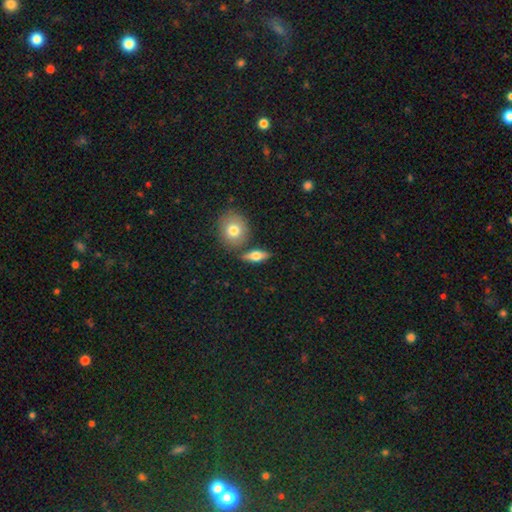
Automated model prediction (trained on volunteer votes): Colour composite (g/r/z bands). It shows a smooth galaxy with no disk features (56%) that is in between round and cigar-shaped (63%). Merging: none (75%).